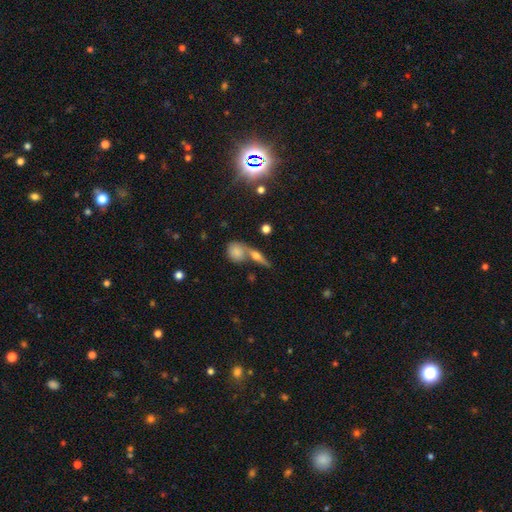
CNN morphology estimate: type=featured or disk (51%); edge-on=yes (90%); merging=none (60%).